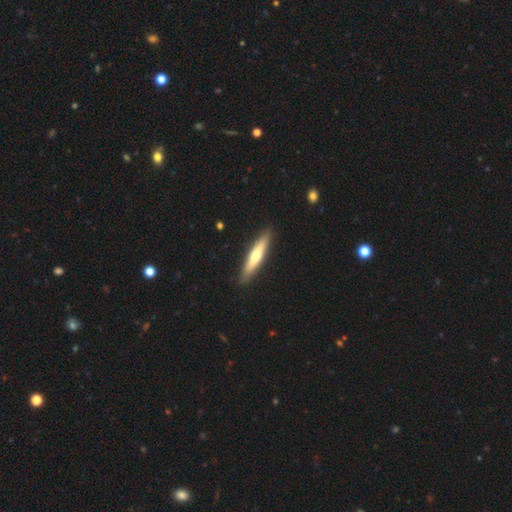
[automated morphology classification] smooth 53%, featured or disk 43%, star or artifact 5%. Down the decision tree: how rounded — cigar-shaped (87%); merging — none (90%).